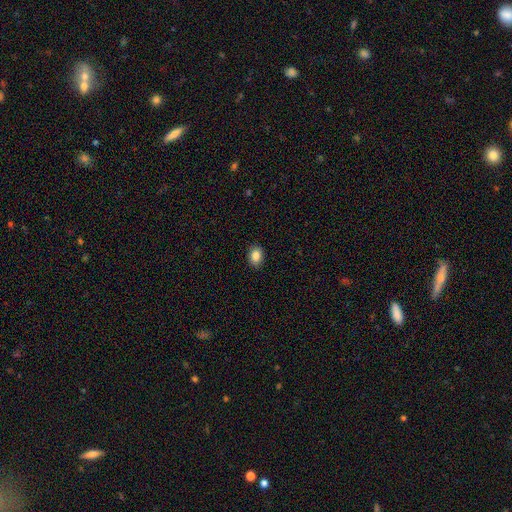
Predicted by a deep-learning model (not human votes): A smooth galaxy with no disk features (86%) that is in between round and cigar-shaped (70%).

Vote fractions:
- Smooth or featured? smooth: 86% / star or artifact: 9% / featured or disk: 5%
- How rounded? in between: 70% / round: 29% / cigar-shaped: 1%
- Merging? none: 90% / minor disturbance: 8% / major disturbance: 2% / merger: 1%